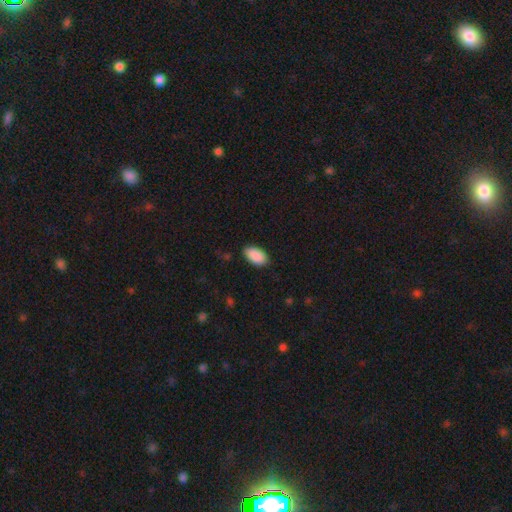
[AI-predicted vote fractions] This is clearly a smooth galaxy (91%). How rounded: clearly in between (95%). Merging: clearly none (85%).